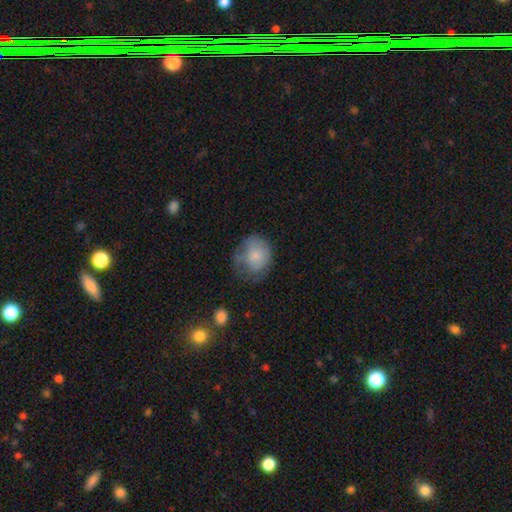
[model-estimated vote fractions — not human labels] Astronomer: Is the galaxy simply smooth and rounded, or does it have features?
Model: smooth — 73%.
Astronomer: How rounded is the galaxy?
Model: round — 58% (runner-up: in between, 41%).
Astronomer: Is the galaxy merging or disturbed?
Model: none — 41% (runner-up: minor disturbance, 34%).